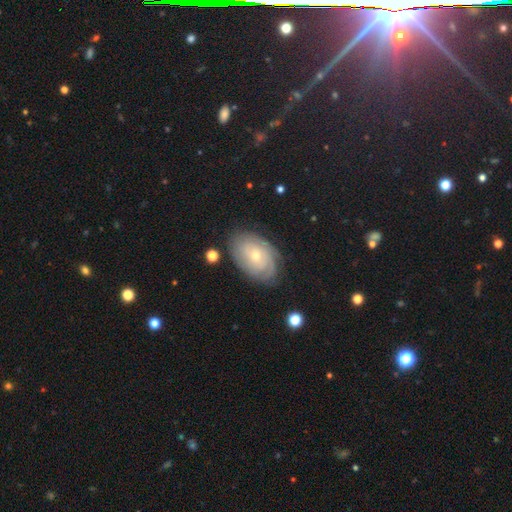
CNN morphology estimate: Smooth or featured? featured or disk (68%)
Edge-on disk? no (95%)
Bar? no (74%)
Spiral arms? yes (88%)
Spiral winding? tight (76%)
Spiral arm count? can't tell (54%)
Bulge size? small (64%)
Merging? none (79%)